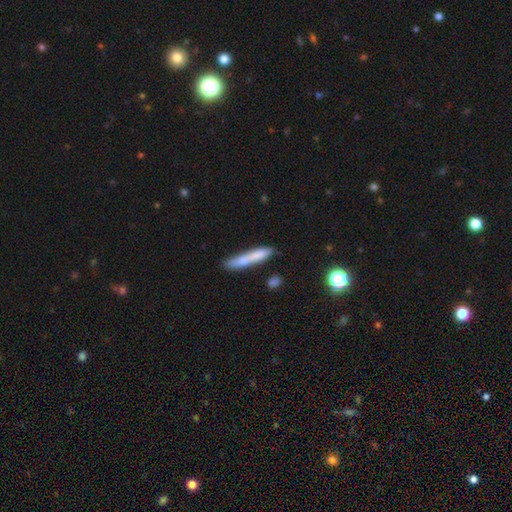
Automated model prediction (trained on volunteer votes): A smooth galaxy with no disk features (73%) that is cigar-shaped (88%). Merging: none (57%).